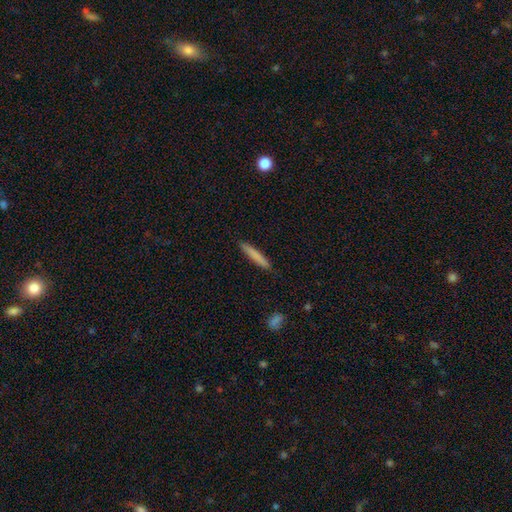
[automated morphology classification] A smooth galaxy with no disk features (79%) that is cigar-shaped (94%). Merging: none (89%).